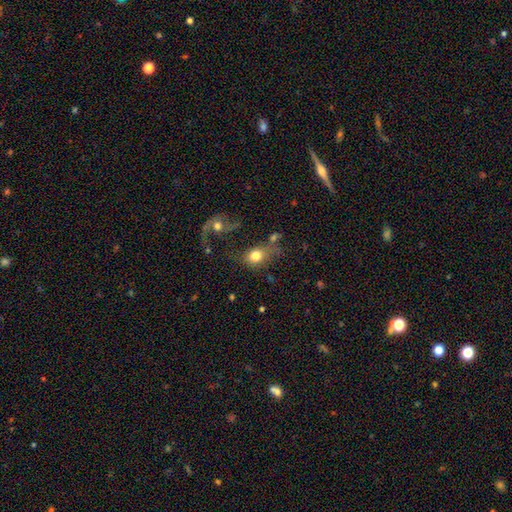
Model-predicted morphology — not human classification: This is likely a smooth galaxy (71%). How rounded: possibly round (51%). Merging: marginally none (41%).